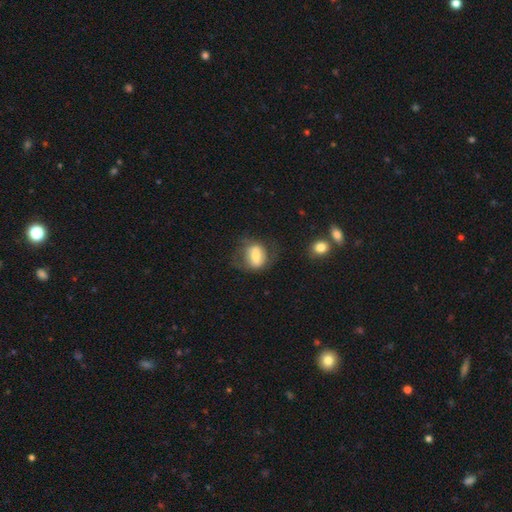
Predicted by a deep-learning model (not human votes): Smooth or featured? Predicted: smooth (p=0.62). How rounded? Predicted: in between (p=0.57). Merging? Predicted: none (p=0.52).